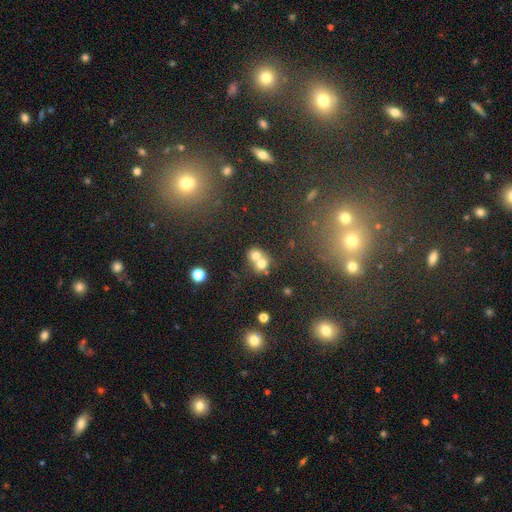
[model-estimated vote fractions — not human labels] smooth-or-featured: smooth: 68% | featured or disk: 19% | star or artifact: 13%
  how-rounded: round: 73% | in between: 26% | cigar-shaped: 1%
  merging: merger: 67% | none: 25% | minor disturbance: 5% | major disturbance: 3%